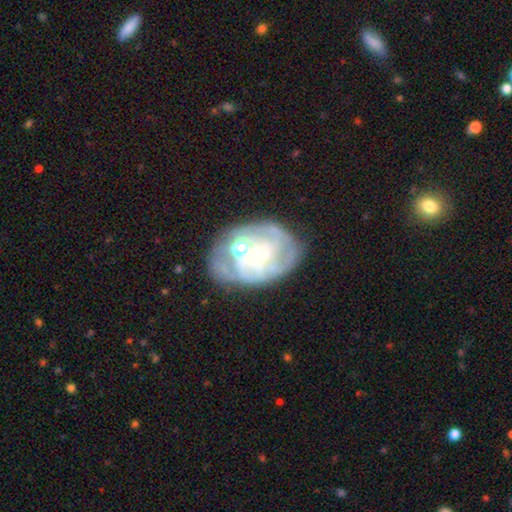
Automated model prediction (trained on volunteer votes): Smooth or featured: featured or disk — 75% (smooth — 17%)
Edge-on disk: no — 97% (yes — 3%)
Bar: no — 72% (weak — 22%)
Spiral arms: yes — 67% (no — 33%)
Bulge size: moderate — 54% (small — 37%)
Merging: none — 56% (minor disturbance — 19%)